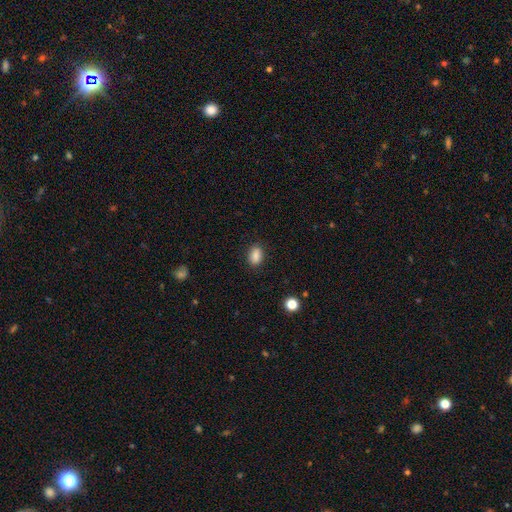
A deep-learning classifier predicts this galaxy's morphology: type=smooth (88%); roundness=in between (84%); merging=none (87%).